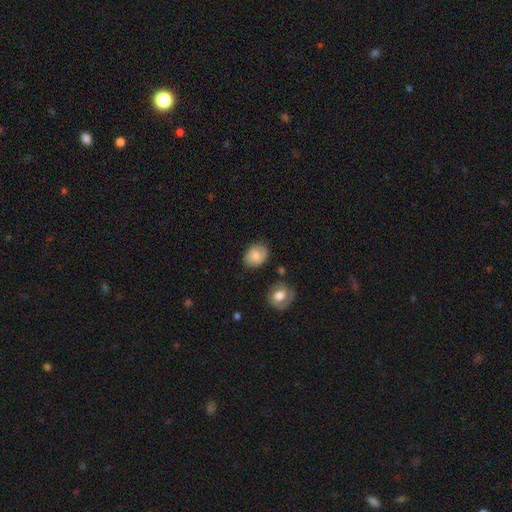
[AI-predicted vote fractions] Q: Smooth or featured?
A: smooth (77%); runner-up: featured or disk (16%)
Q: How rounded?
A: in between (56%); runner-up: round (43%)
Q: Merging?
A: none (76%); runner-up: minor disturbance (17%)